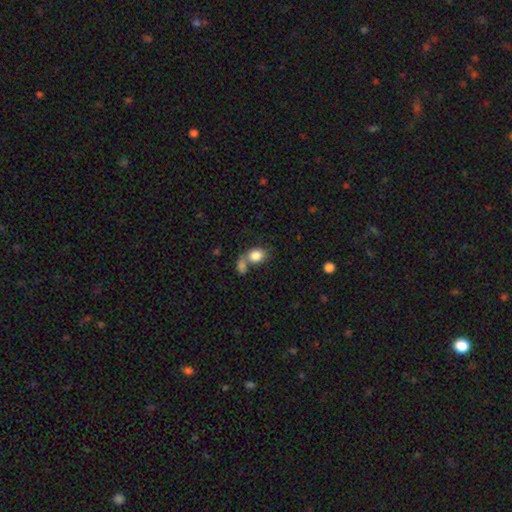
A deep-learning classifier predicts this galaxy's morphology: type=smooth (83%); roundness=in between (58%); merging=merger (47%).